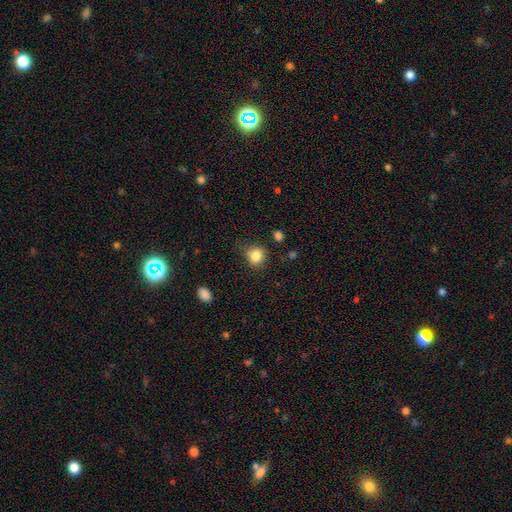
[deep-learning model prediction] Smooth or featured: smooth — 83% (star or artifact — 11%)
How rounded: round — 81% (in between — 18%)
Merging: none — 69% (minor disturbance — 21%)